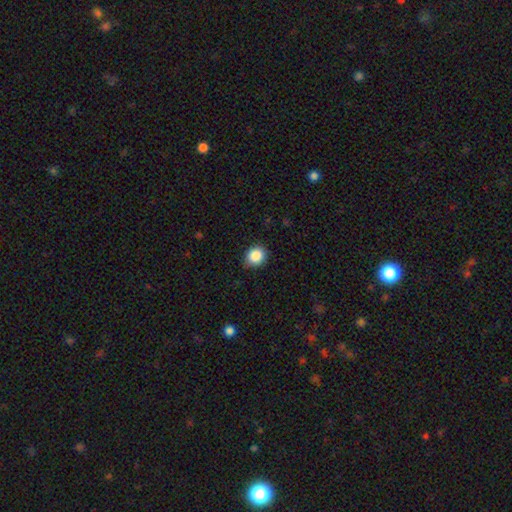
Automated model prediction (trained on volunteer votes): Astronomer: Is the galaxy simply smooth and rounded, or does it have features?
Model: smooth — 88%.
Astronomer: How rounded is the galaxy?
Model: round — 79%.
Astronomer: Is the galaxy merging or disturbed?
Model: none — 84%.